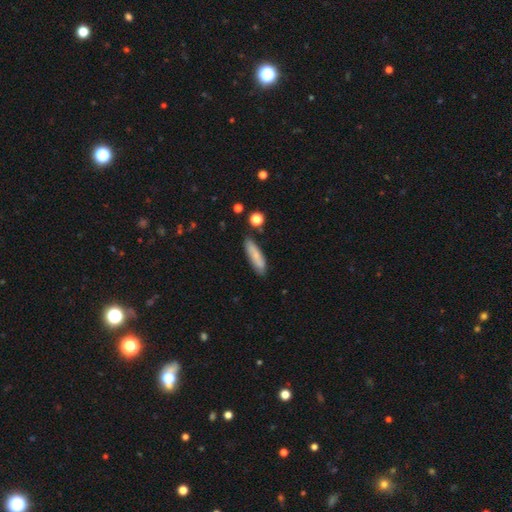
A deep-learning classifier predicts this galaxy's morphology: Overall: smooth (78%). How rounded: cigar-shaped (64%; in between 34%). Merging: none (79%).